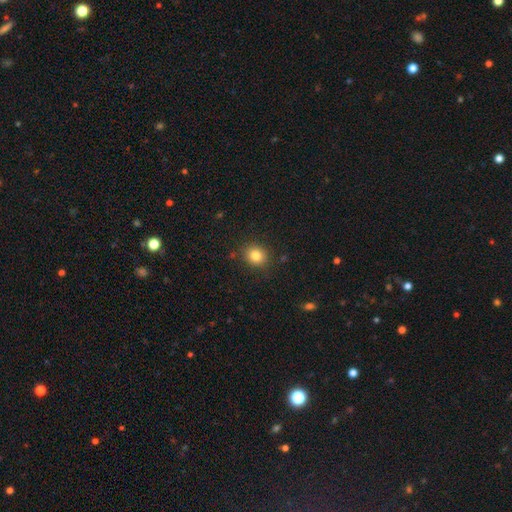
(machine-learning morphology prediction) Smooth or featured: smooth — 82% (star or artifact — 12%)
How rounded: round — 76% (in between — 23%)
Merging: none — 87% (minor disturbance — 9%)